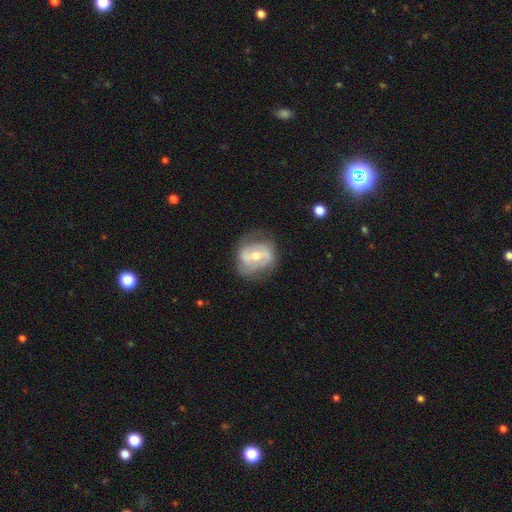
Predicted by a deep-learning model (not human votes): smooth_or_featured: featured or disk (p=0.72) [alt: smooth p=0.22]
disk_edge_on: no (p=0.96) [alt: yes p=0.04]
bar: strong (p=0.40) [tied with: weak p=0.40]
has_spiral_arms: yes (p=0.73) [alt: no p=0.27]
spiral_winding: medium (p=0.42) [alt: loose p=0.29]
spiral_arm_count: 2 (p=0.75) [alt: can't tell p=0.16]
bulge_size: moderate (p=0.64) [alt: small p=0.31]
merging: none (p=0.65) [alt: minor disturbance p=0.22]